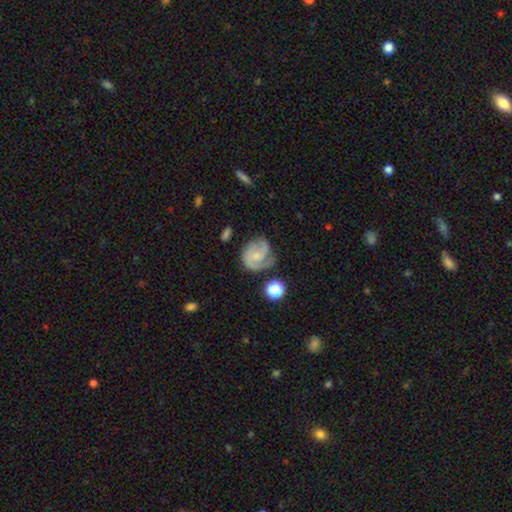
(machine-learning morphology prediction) This is likely a featured or disk galaxy (79%). It is clearly not viewed edge-on (98%). Bar: likely no (66%). Spiral arm pattern: clearly yes (95%). Spiral arm count: possibly 2 (49%). Spiral winding: possibly medium (48%). Central bulge: likely small (68%). Merging: likely none (60%).